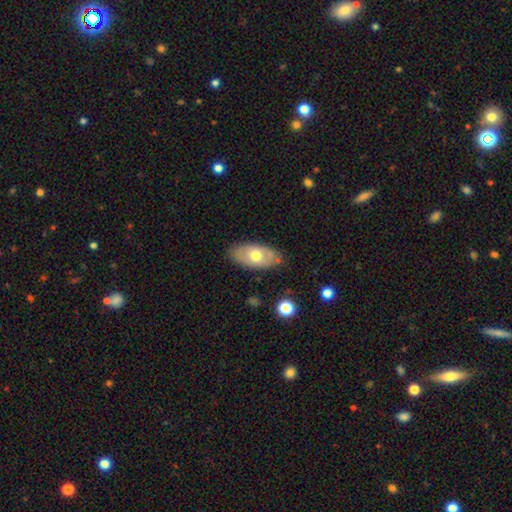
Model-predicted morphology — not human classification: Smooth or featured? smooth (55%)
How rounded? in between (92%)
Merging? none (79%)